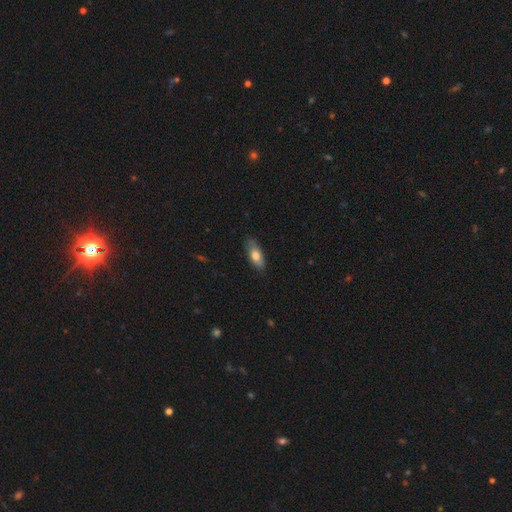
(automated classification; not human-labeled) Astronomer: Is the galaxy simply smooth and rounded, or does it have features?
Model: smooth — 72%.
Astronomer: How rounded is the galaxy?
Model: in between — 77%.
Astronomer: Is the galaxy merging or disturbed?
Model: none — 81%.